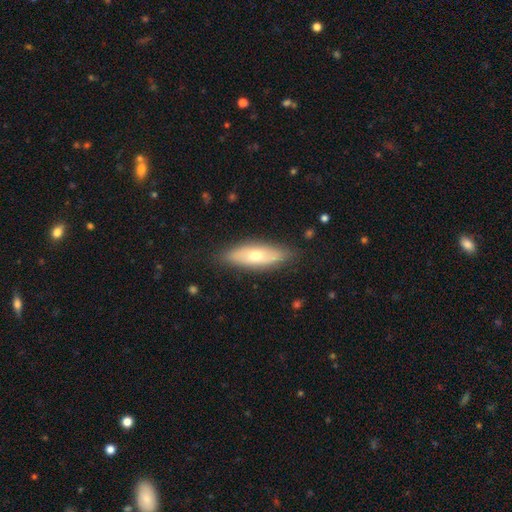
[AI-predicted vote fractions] This is possibly a smooth galaxy (55%). How rounded: likely in between (65%). Merging: clearly none (83%).